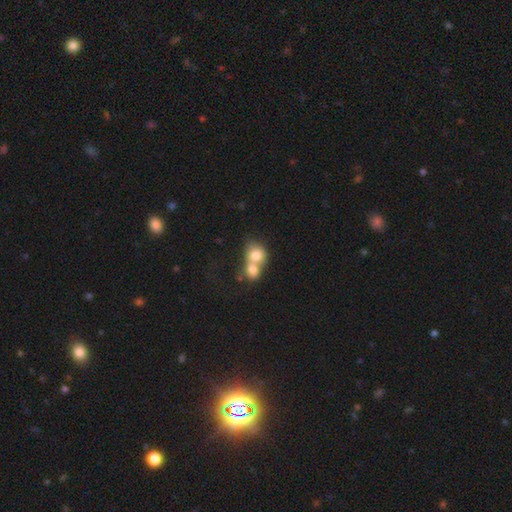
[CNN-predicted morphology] This is likely a smooth galaxy (74%). How rounded: likely round (65%). Merging: likely merger (77%).